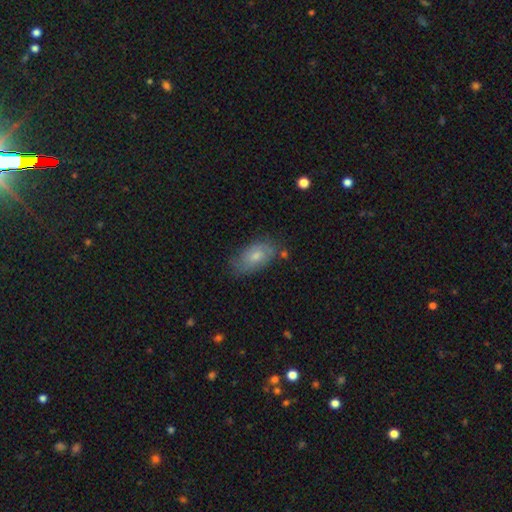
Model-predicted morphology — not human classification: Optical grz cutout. It shows a smooth galaxy with no disk features (63%) that is in between round and cigar-shaped (91%). Merging: none (66%).